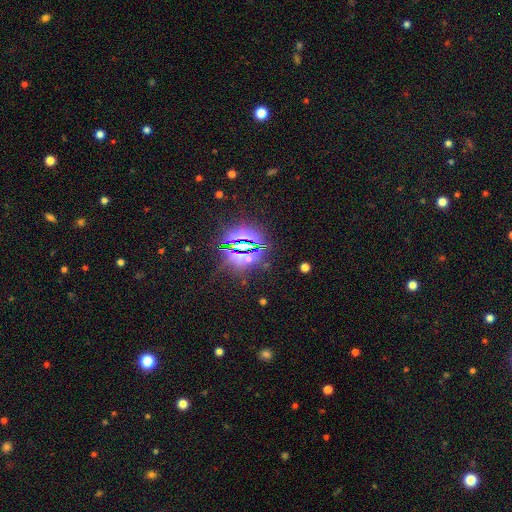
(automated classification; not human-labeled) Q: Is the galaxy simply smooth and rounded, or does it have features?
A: star or artifact — 84%.